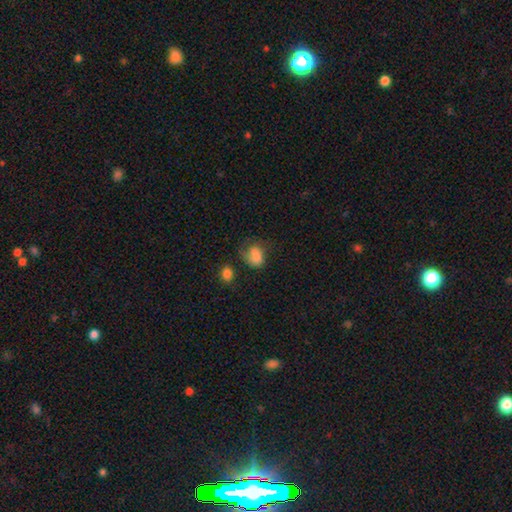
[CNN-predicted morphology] smooth_or_featured: smooth (p=0.78) [alt: featured or disk p=0.12]
how_rounded: in between (p=0.65) [alt: round p=0.34]
merging: none (p=0.41) [alt: minor disturbance p=0.30]